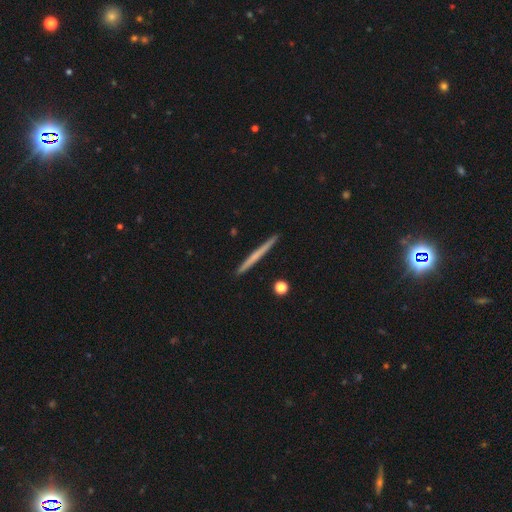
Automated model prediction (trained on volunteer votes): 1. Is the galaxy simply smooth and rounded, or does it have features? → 48% featured or disk, 46% smooth, 6% star or artifact.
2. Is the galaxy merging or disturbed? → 92% none, 5% minor disturbance, 1% merger, 1% major disturbance.